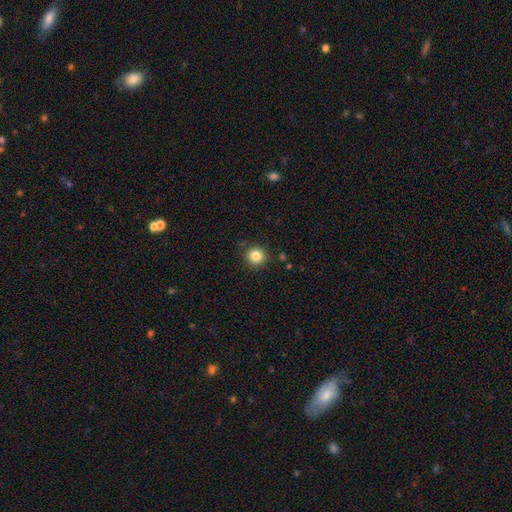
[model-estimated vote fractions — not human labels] Smooth or featured?
  - smooth: 84% *
  - star or artifact: 11%
  - featured or disk: 5%
How rounded?
  - round: 94% *
  - in between: 5%
  - cigar-shaped: 1%
Merging?
  - none: 89% *
  - minor disturbance: 7%
  - major disturbance: 2%
  - merger: 2%